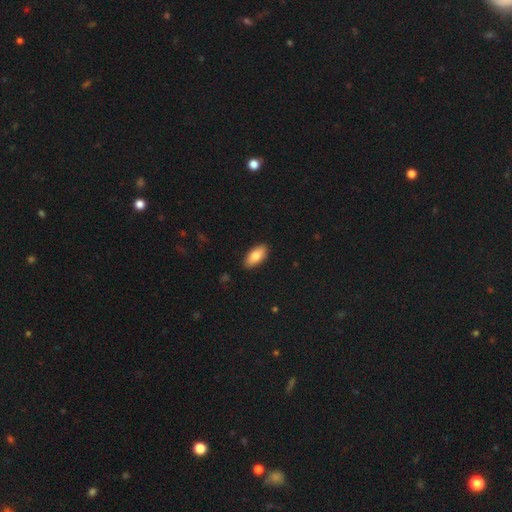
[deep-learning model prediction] This appears to be a smooth galaxy with no disk features (81%) that is in between round and cigar-shaped (89%). Merging: none (89%).